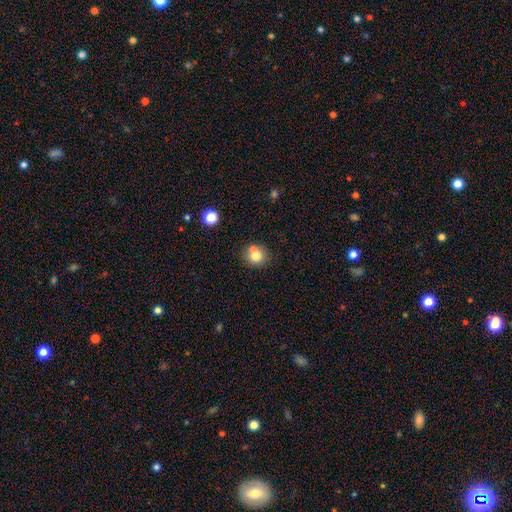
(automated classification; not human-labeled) Smooth or featured? smooth (75%)
How rounded? round (83%)
Merging? none (59%)